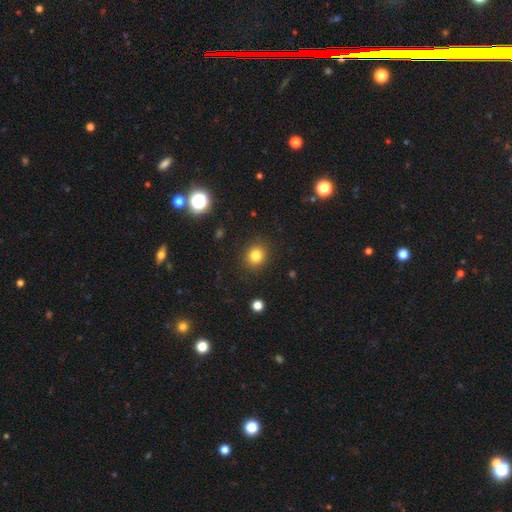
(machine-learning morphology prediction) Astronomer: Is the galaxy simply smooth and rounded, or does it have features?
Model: smooth — 82%.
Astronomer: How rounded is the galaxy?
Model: round — 80%.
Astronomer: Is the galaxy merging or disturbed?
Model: none — 89%.